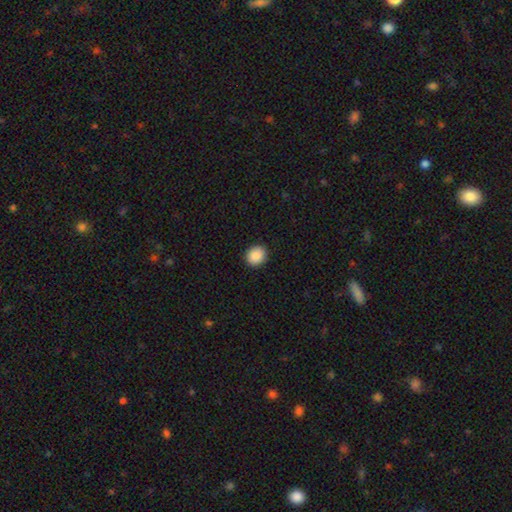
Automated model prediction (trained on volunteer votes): smooth 89%, star or artifact 8%, featured or disk 3%. Down the decision tree: how rounded — round (70%); merging — none (91%).